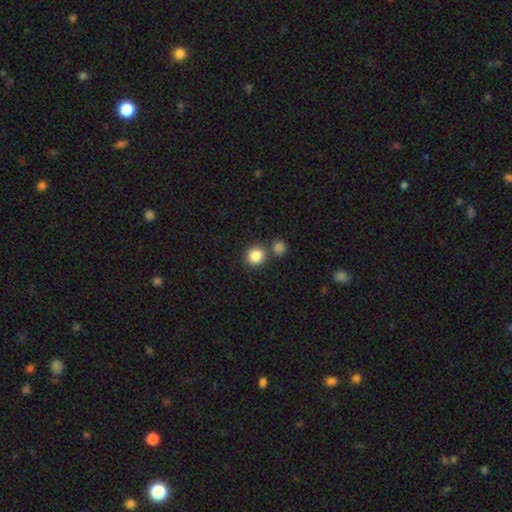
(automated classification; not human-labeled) Smooth or featured? smooth (86%)
How rounded? round (87%)
Merging? none (72%)